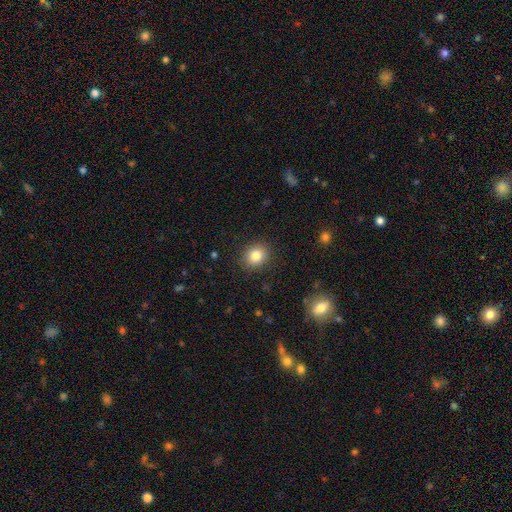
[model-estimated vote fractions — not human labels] Smooth or featured?
  - smooth: 83% *
  - star or artifact: 10%
  - featured or disk: 6%
How rounded?
  - round: 71% *
  - in between: 28%
  - cigar-shaped: 1%
Merging?
  - none: 89% *
  - minor disturbance: 8%
  - major disturbance: 3%
  - merger: 1%